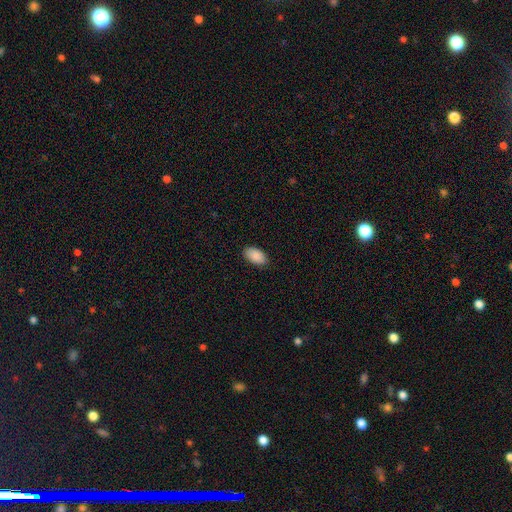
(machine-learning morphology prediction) smooth_or_featured: smooth (p=0.88) [alt: star or artifact p=0.06]
how_rounded: in between (p=0.95) [alt: round p=0.03]
merging: none (p=0.87) [alt: minor disturbance p=0.10]